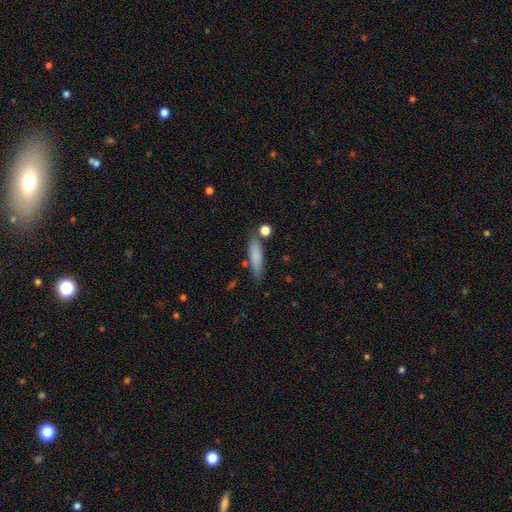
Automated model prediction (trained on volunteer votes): Overall: smooth (81%). How rounded: cigar-shaped (69%; in between 29%). Merging: none (73%).